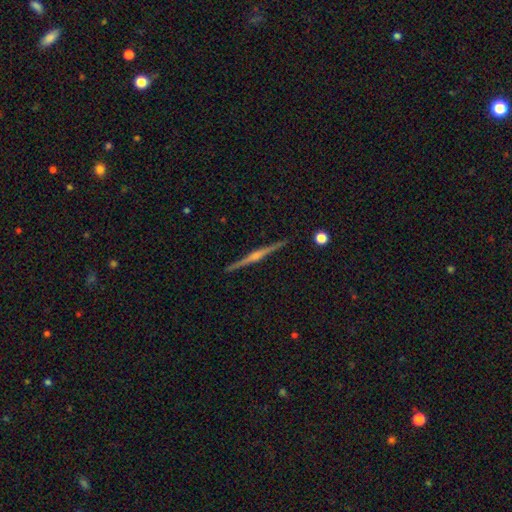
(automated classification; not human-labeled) This is clearly a featured or disk galaxy (83%). It is clearly viewed edge-on (99%). Edge-on bulge: likely rounded (78%). Merging: clearly none (92%).